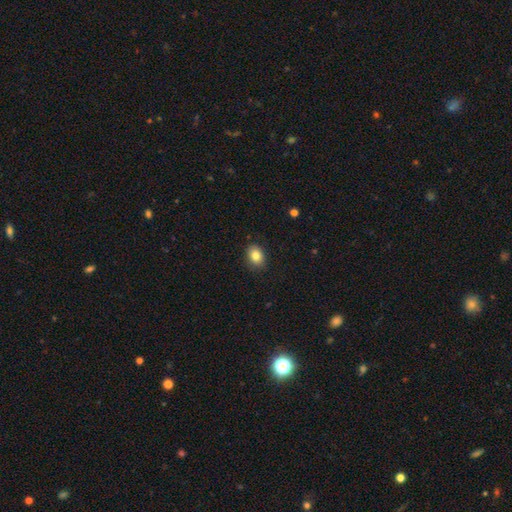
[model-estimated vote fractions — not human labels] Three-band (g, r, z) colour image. It shows a smooth galaxy with no disk features (83%) that is in between round and cigar-shaped (67%). Merging: none (89%).